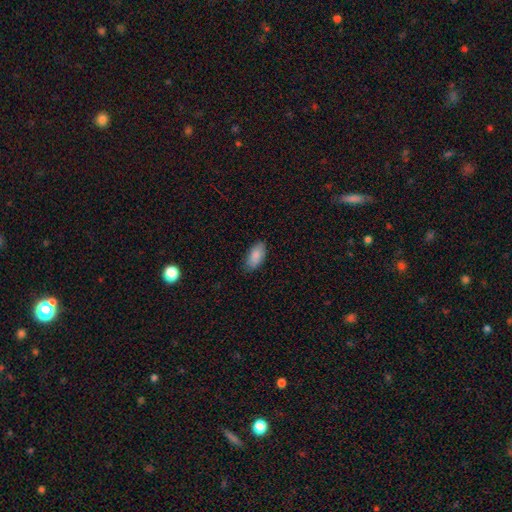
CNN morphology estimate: Overall: smooth (87%). How rounded: in between (92%). Merging: none (82%).